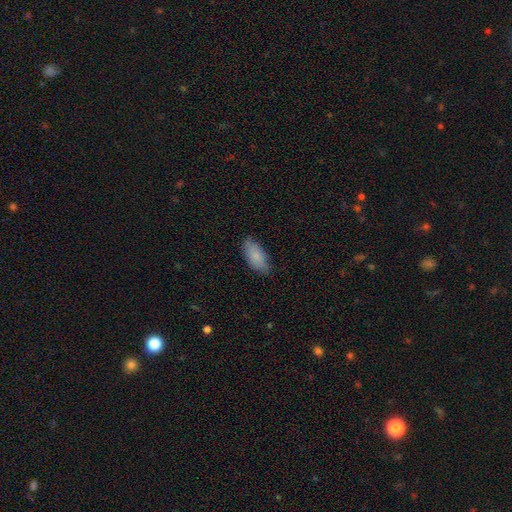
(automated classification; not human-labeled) Q: Smooth or featured?
A: smooth (83%); runner-up: featured or disk (11%)
Q: How rounded?
A: in between (88%); runner-up: cigar-shaped (10%)
Q: Merging?
A: none (78%); runner-up: minor disturbance (18%)